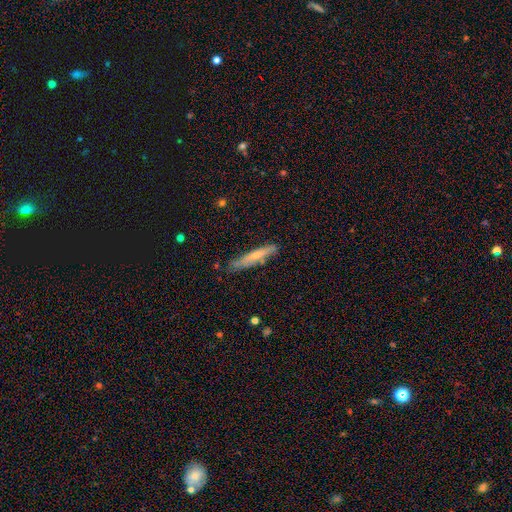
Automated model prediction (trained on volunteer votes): smooth 54%, featured or disk 40%, star or artifact 6%. Down the decision tree: how rounded — cigar-shaped (91%); merging — none (76%).